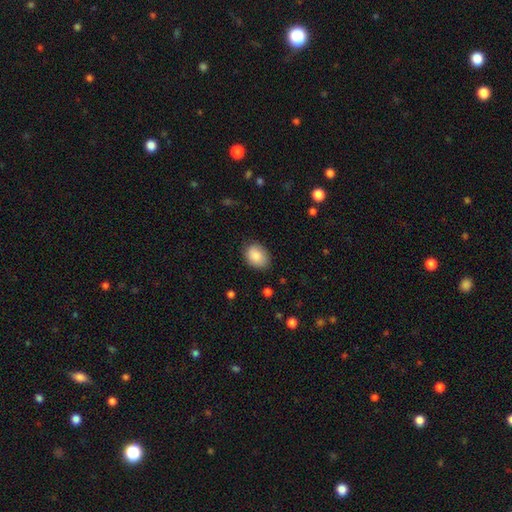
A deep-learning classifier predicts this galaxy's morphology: Overall: smooth (87%). How rounded: in between (71%). Merging: none (79%).